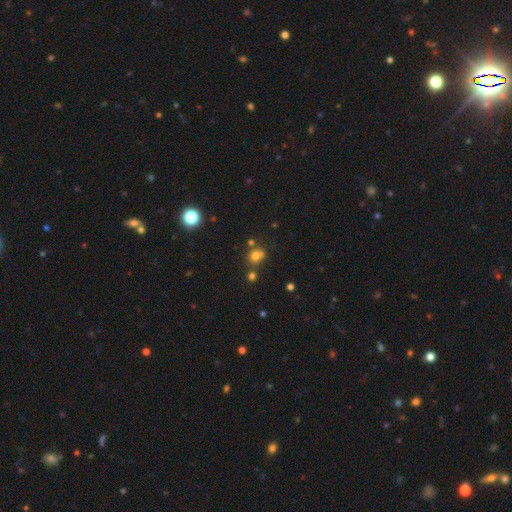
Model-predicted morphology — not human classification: smooth_or_featured: smooth (p=0.70) [alt: star or artifact p=0.20]
how_rounded: round (p=0.81) [alt: in between p=0.18]
merging: none (p=0.58) [alt: merger p=0.26]